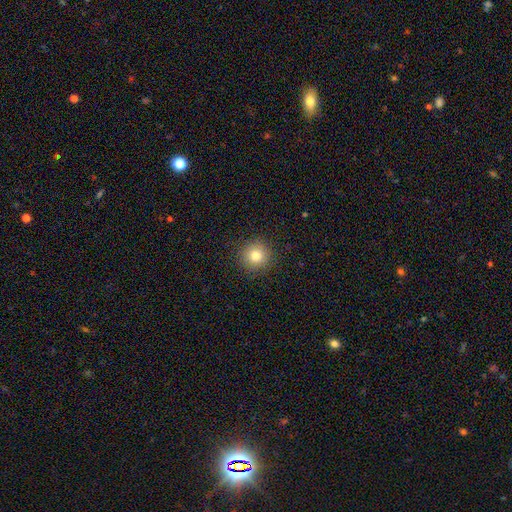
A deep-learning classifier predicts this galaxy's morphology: Q: Smooth or featured?
A: smooth (80%); runner-up: star or artifact (12%)
Q: How rounded?
A: round (94%); runner-up: in between (5%)
Q: Merging?
A: none (90%); runner-up: minor disturbance (6%)